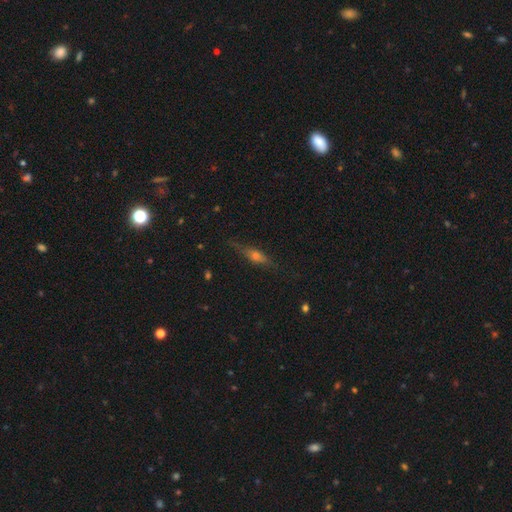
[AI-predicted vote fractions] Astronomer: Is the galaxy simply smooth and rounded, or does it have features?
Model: featured or disk — 53% (runner-up: smooth, 34%).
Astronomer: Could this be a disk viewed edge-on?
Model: yes — 90%.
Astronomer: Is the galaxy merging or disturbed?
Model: none — 78%.